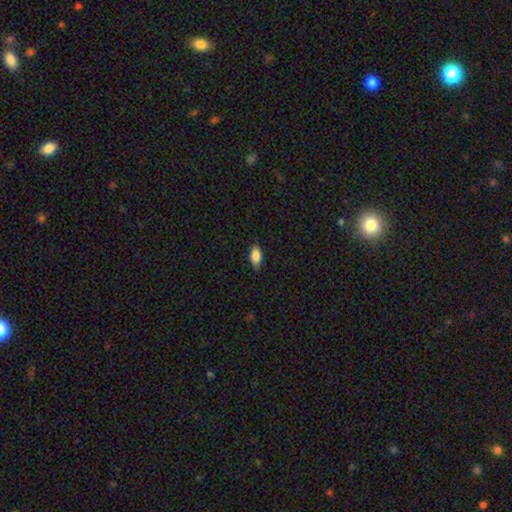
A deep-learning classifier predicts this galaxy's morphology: smooth-or-featured: smooth: 86% | star or artifact: 7% | featured or disk: 7%
  how-rounded: in between: 89% | cigar-shaped: 8% | round: 3%
  merging: none: 84% | minor disturbance: 13% | major disturbance: 2% | merger: 1%